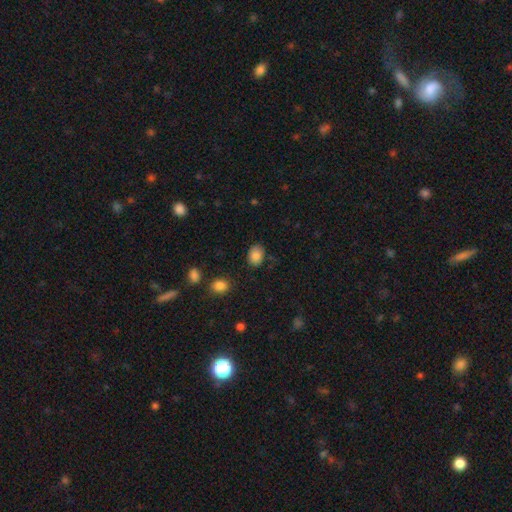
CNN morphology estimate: Smooth or featured?
  - smooth: 86% *
  - star or artifact: 9%
  - featured or disk: 6%
How rounded?
  - in between: 65% *
  - round: 34%
  - cigar-shaped: 1%
Merging?
  - none: 82% *
  - minor disturbance: 13%
  - major disturbance: 3%
  - merger: 2%